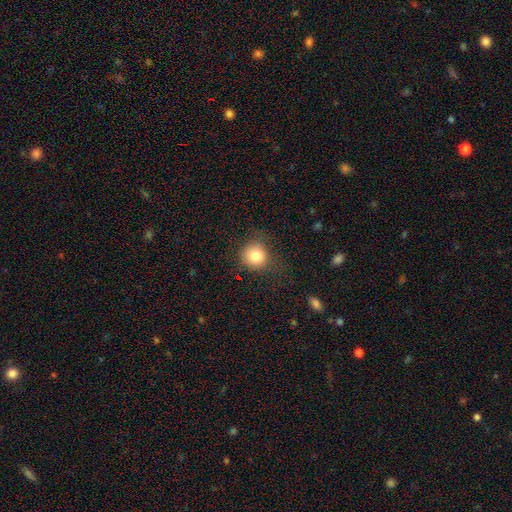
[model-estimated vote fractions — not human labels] Overall: smooth (82%). How rounded: round (90%). Merging: none (78%).